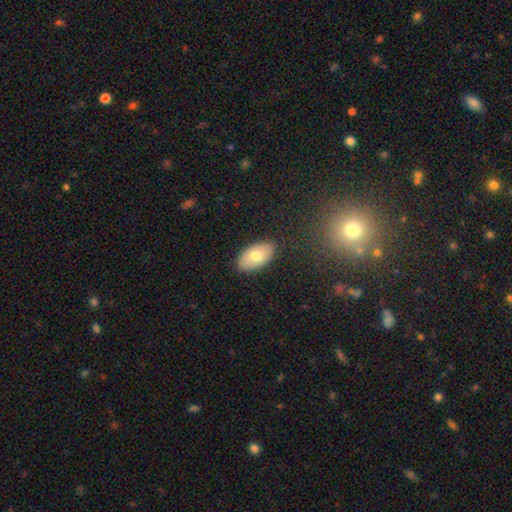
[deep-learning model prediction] This appears to be a smooth galaxy with no disk features (71%) that is in between round and cigar-shaped (93%). Merging: none (87%).